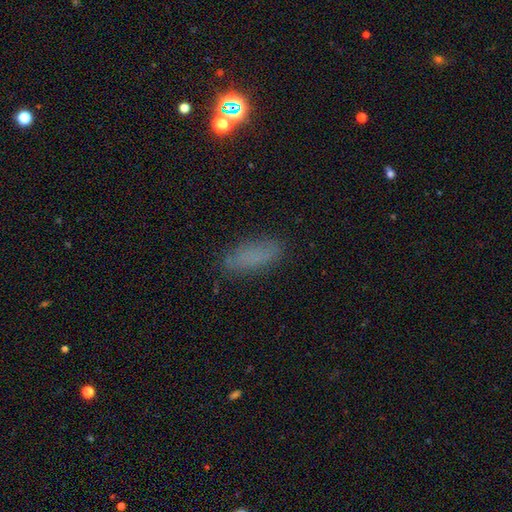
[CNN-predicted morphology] Overall: smooth (75%). How rounded: in between (64%; cigar-shaped 33%). Merging: none (83%).